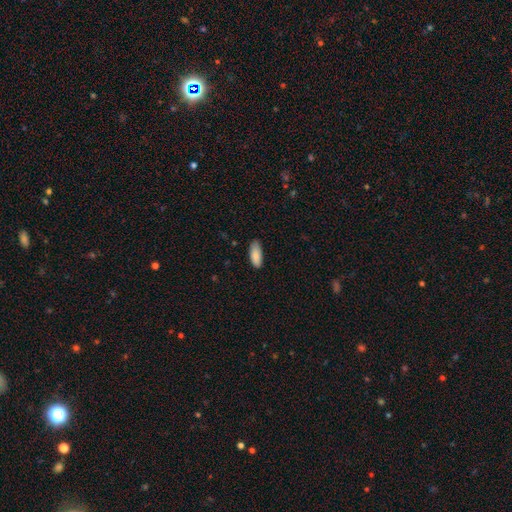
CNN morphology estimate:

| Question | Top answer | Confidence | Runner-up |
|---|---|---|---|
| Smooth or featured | smooth | 88% | star or artifact (6%) |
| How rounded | in between | 80% | cigar-shaped (18%) |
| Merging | none | 79% | minor disturbance (18%) |